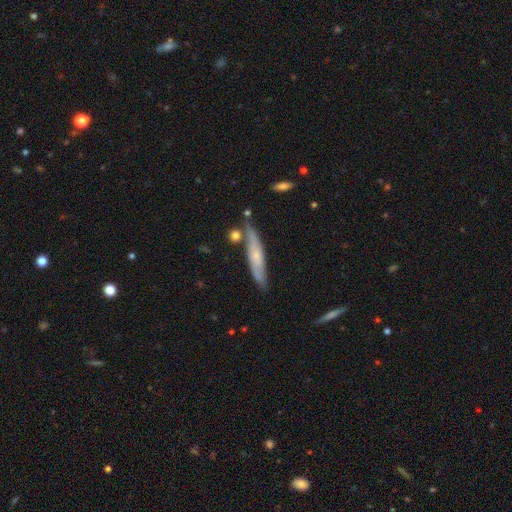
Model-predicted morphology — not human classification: Smooth or featured?
  - featured or disk: 54% *
  - smooth: 40%
  - star or artifact: 7%
Edge-on disk?
  - yes: 67% *
  - no: 33%
Merging?
  - none: 70% *
  - minor disturbance: 19%
  - merger: 7%
  - major disturbance: 4%